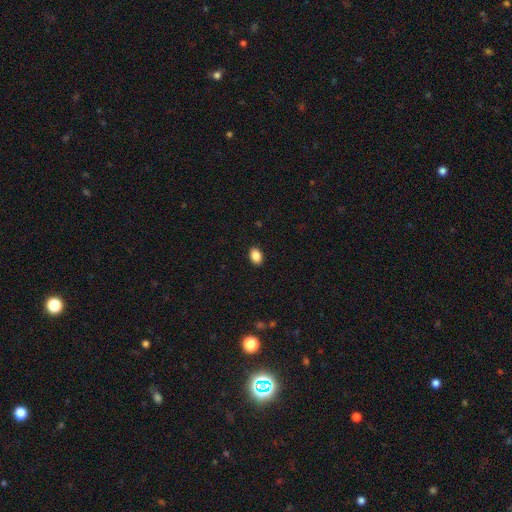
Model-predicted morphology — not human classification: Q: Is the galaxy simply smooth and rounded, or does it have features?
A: smooth — 88%.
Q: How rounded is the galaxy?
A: in between — 83%.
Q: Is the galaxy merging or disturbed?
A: none — 91%.